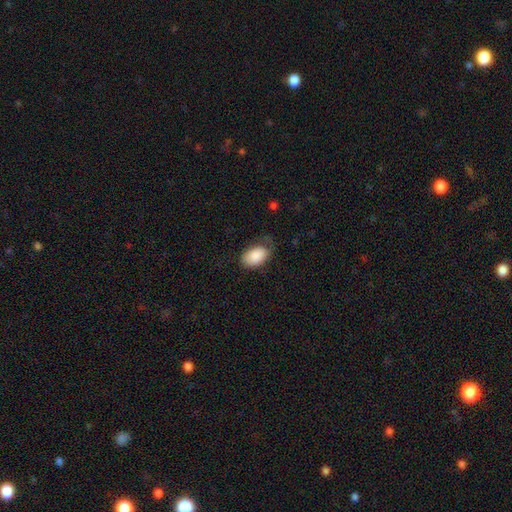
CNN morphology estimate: type=smooth (88%); roundness=in between (92%); merging=none (59%).